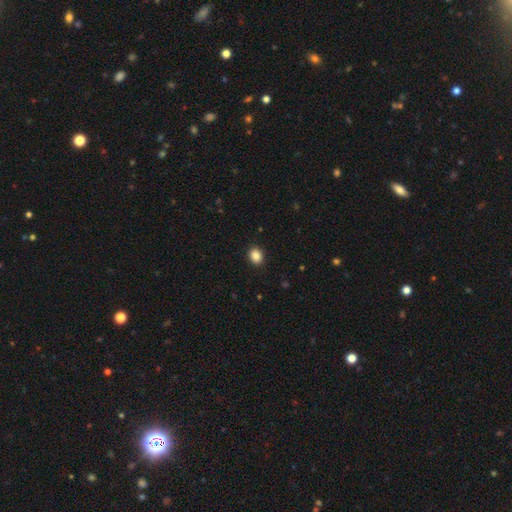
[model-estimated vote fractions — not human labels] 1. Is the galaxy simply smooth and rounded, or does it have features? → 88% smooth, 9% star or artifact, 3% featured or disk.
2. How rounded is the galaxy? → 52% in between, 47% round, 1% cigar-shaped.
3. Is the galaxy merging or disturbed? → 91% none, 6% minor disturbance, 2% major disturbance, 1% merger.